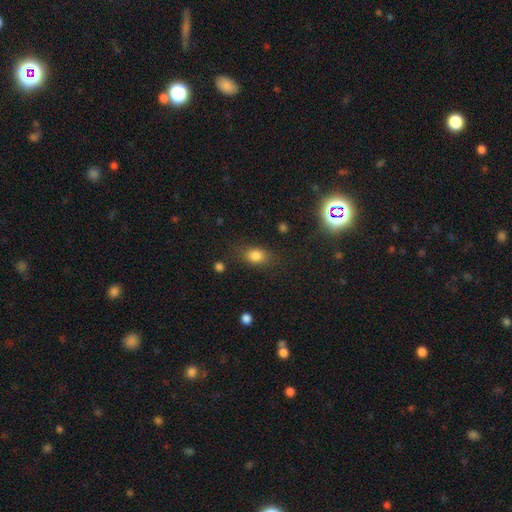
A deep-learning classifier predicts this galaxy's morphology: Smooth or featured? Predicted: smooth (p=0.81). How rounded? Predicted: in between (p=0.69). Merging? Predicted: none (p=0.75).